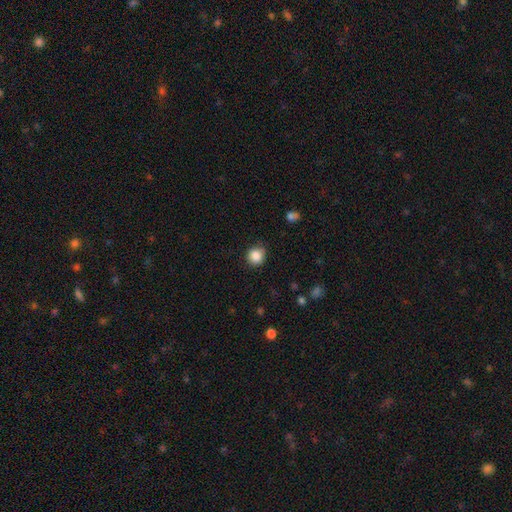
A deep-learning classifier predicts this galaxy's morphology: Q: Smooth or featured?
A: smooth (86%); runner-up: star or artifact (10%)
Q: How rounded?
A: round (88%); runner-up: in between (11%)
Q: Merging?
A: none (80%); runner-up: minor disturbance (15%)